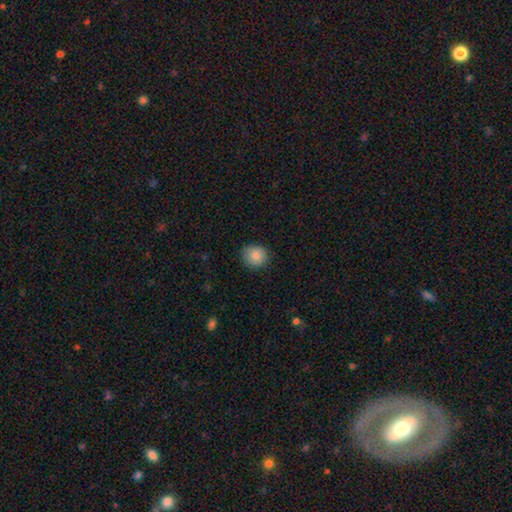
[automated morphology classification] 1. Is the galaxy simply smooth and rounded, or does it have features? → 87% smooth, 8% star or artifact, 5% featured or disk.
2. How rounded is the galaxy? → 84% round, 15% in between, 1% cigar-shaped.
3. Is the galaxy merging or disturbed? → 86% none, 11% minor disturbance, 2% major disturbance, 1% merger.